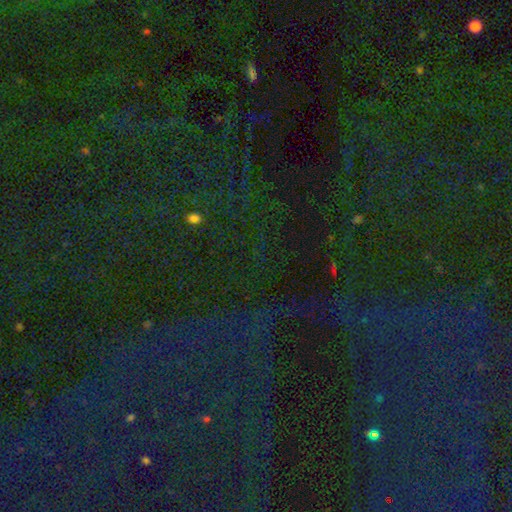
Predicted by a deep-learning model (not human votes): Overall: star or artifact (81%).